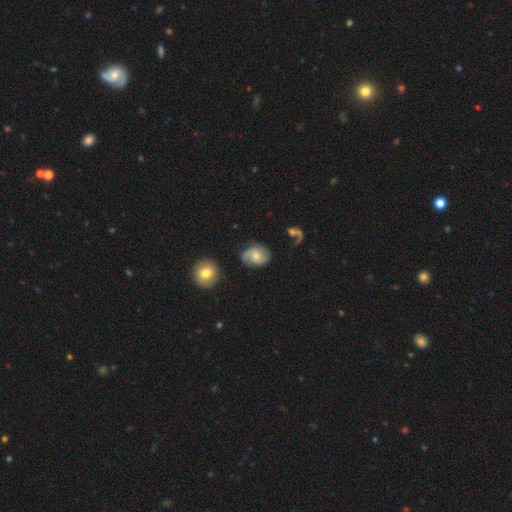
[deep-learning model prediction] The model was most divided on "bulge size": moderate: 51%, small: 44%, large: 2%, none: 2%, dominant: 1%. More confident: edge-on disk — no (97%); spiral arms — yes (87%); bar — no (72%); merging — none (68%); smooth or featured — featured or disk (57%).